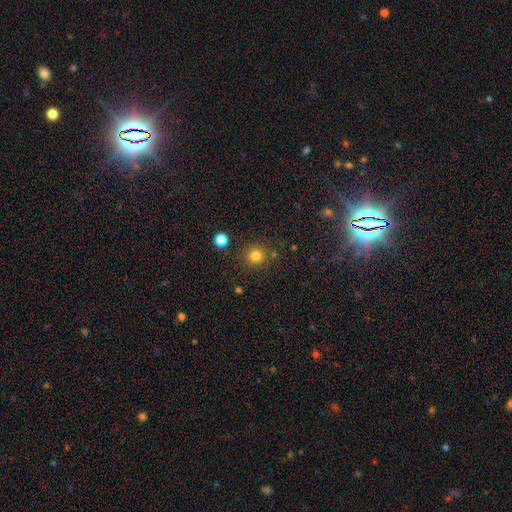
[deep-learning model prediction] This is clearly a smooth galaxy (80%). How rounded: clearly round (92%). Merging: clearly none (87%).